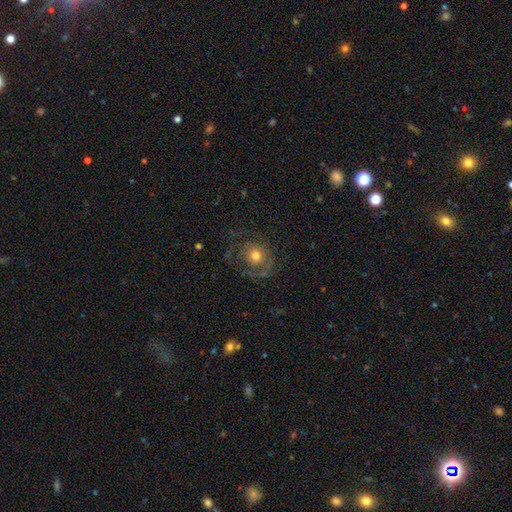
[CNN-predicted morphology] A featured or disk galaxy (51%). Merging: none (59%).